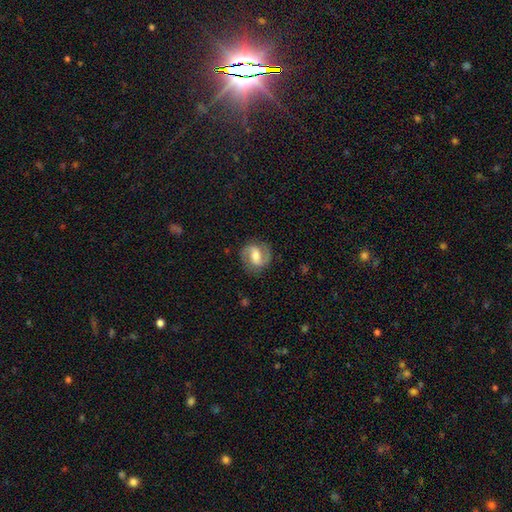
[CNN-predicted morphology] Smooth or featured: featured or disk — 76% (smooth — 18%)
Edge-on disk: no — 97% (yes — 3%)
Bar: weak — 45% (strong — 36%)
Spiral arms: yes — 92% (no — 8%)
Spiral winding: medium — 52% (tight — 26%)
Spiral arm count: 2 — 90% (can't tell — 4%)
Bulge size: moderate — 56% (small — 25%)
Merging: none — 83% (minor disturbance — 12%)